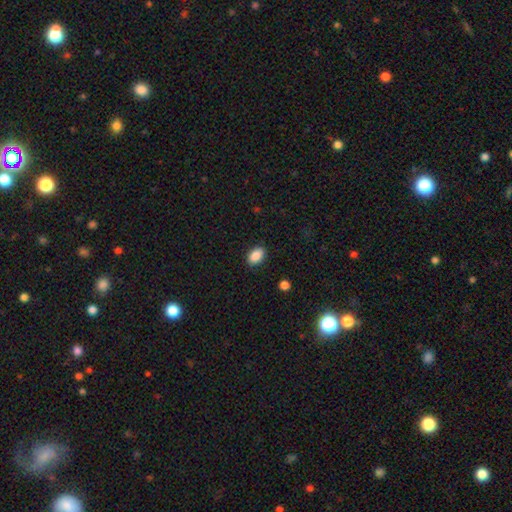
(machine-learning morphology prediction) Q: Smooth or featured?
A: smooth (89%); runner-up: star or artifact (8%)
Q: How rounded?
A: in between (88%); runner-up: round (11%)
Q: Merging?
A: none (88%); runner-up: minor disturbance (9%)